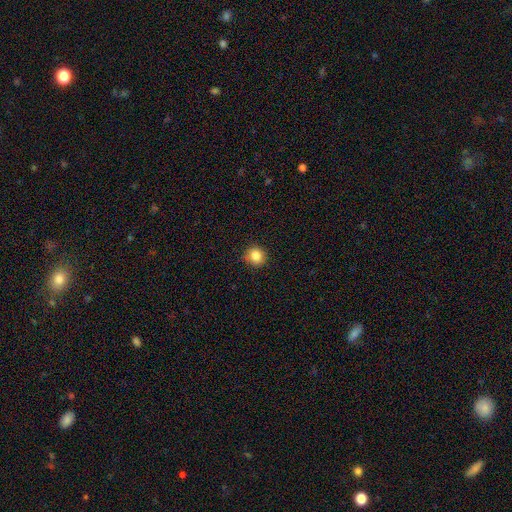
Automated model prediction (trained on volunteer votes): A smooth galaxy with no disk features (85%) that is round (90%). Merging: none (87%).